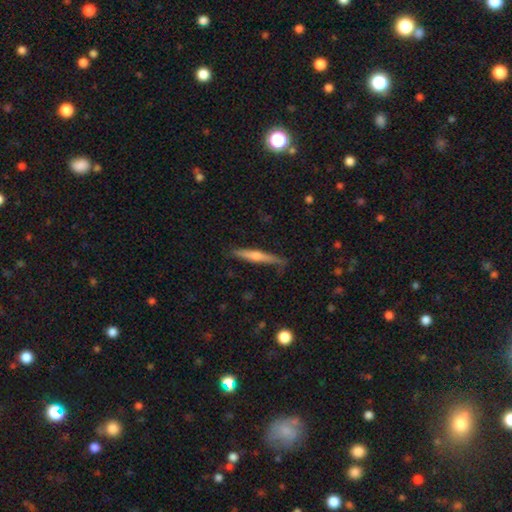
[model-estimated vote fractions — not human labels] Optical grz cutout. It shows a featured or disk galaxy (60%) viewed edge-on (97%) with a rounded central bulge (78%). Merging: none (84%).